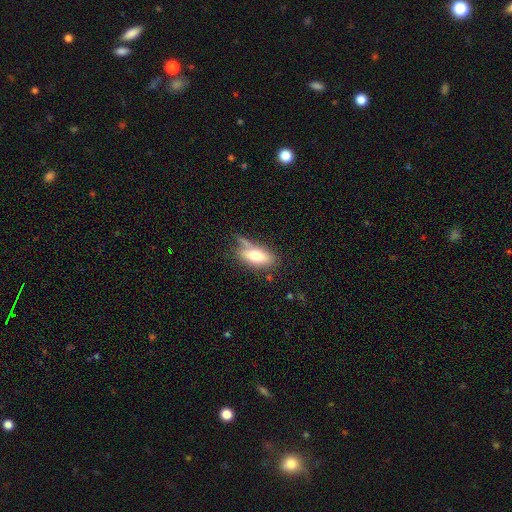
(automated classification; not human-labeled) Smooth or featured?
  - smooth: 68% *
  - featured or disk: 24%
  - star or artifact: 7%
How rounded?
  - in between: 82% *
  - cigar-shaped: 14%
  - round: 4%
Merging?
  - none: 53% *
  - minor disturbance: 25%
  - major disturbance: 11%
  - merger: 11%